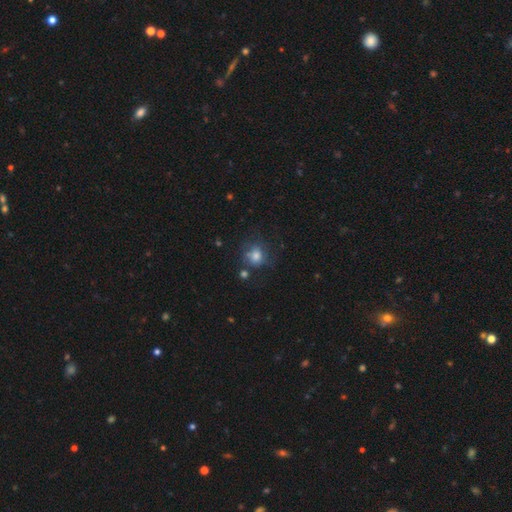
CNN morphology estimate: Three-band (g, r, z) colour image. It shows a smooth galaxy with no disk features (68%) that is round (74%). Merging: none (57%).